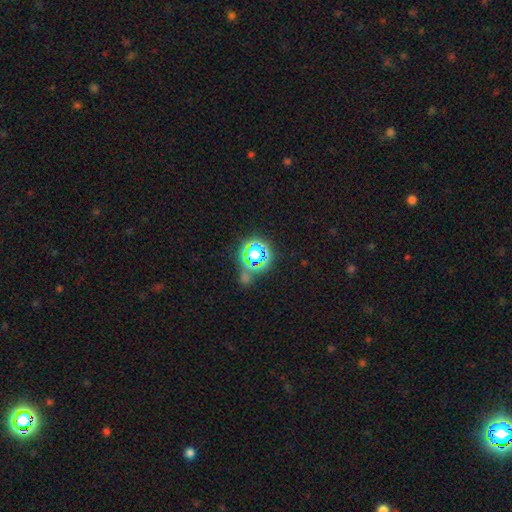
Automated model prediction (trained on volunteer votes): Smooth or featured: star or artifact — 72% (smooth — 21%)